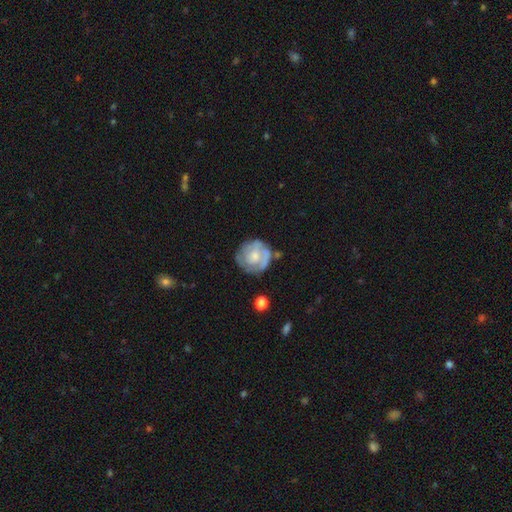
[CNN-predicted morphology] The model was most divided on "bulge size": moderate: 44%, small: 43%, none: 7%, large: 5%, dominant: 1%. More confident: edge-on disk — no (98%); bar — no (73%); spiral arms — yes (70%); smooth or featured — featured or disk (65%); merging — none (63%).